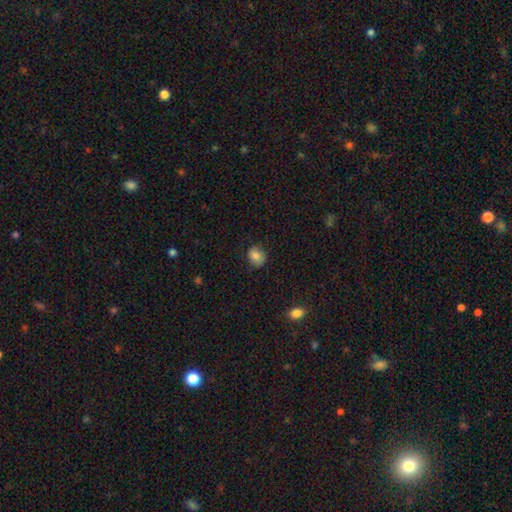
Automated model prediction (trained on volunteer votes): A smooth galaxy with no disk features (82%) that is round (66%).

Vote fractions:
- Smooth or featured? smooth: 82% / star or artifact: 9% / featured or disk: 9%
- How rounded? round: 66% / in between: 33% / cigar-shaped: 1%
- Merging? none: 76% / minor disturbance: 19% / major disturbance: 5% / merger: 1%